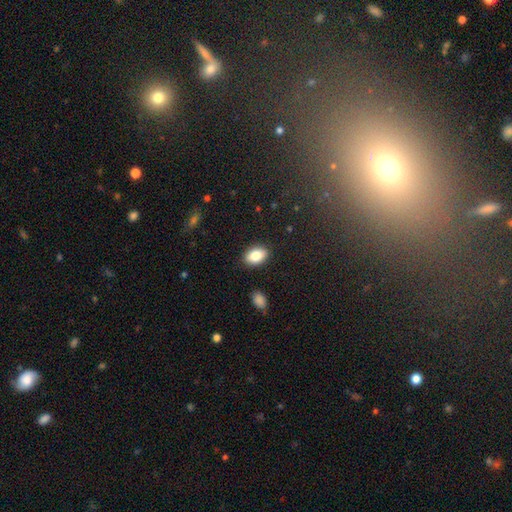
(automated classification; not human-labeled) Q: Smooth or featured?
A: smooth (85%); runner-up: featured or disk (8%)
Q: How rounded?
A: in between (89%); runner-up: round (10%)
Q: Merging?
A: none (88%); runner-up: minor disturbance (8%)